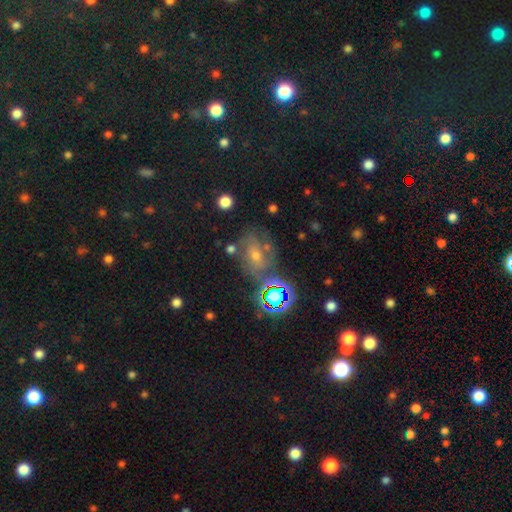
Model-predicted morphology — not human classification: Smooth or featured: featured or disk — 42% (star or artifact — 31%)
Merging: none — 60% (minor disturbance — 20%)